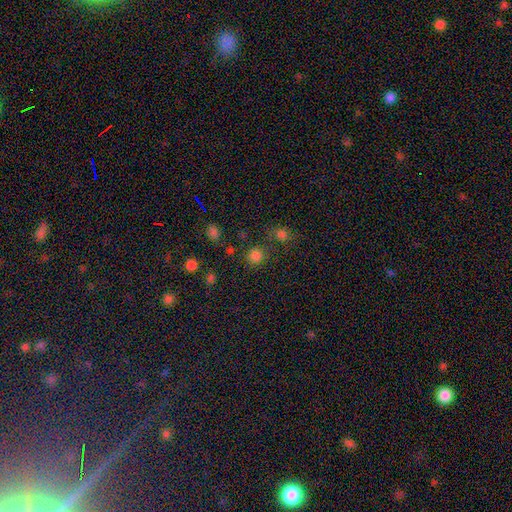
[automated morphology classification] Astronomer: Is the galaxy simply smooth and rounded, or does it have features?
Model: smooth — 78%.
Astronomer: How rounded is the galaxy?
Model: round — 90%.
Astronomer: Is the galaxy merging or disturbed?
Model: none — 76%.